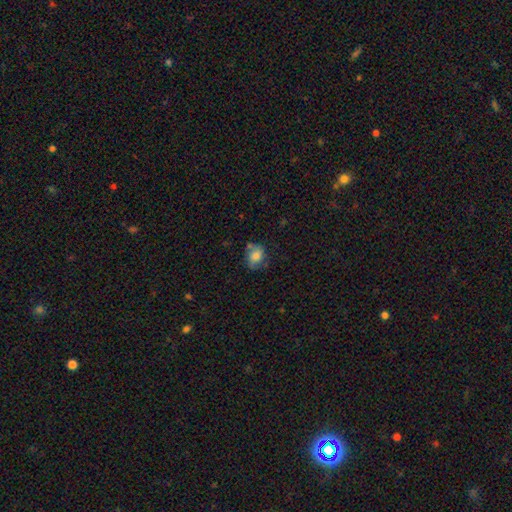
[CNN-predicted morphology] smooth 73%, featured or disk 17%, star or artifact 9%. Down the decision tree: how rounded — in between (54%); merging — none (57%).